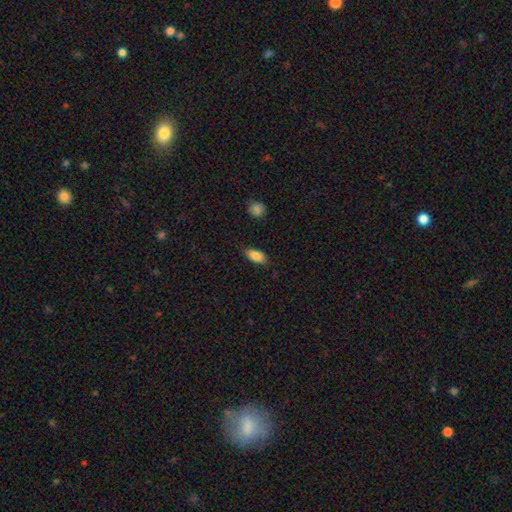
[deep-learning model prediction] smooth_or_featured: smooth (p=0.85) [alt: featured or disk p=0.08]
how_rounded: in between (p=0.89) [alt: cigar-shaped p=0.07]
merging: none (p=0.82) [alt: minor disturbance p=0.14]